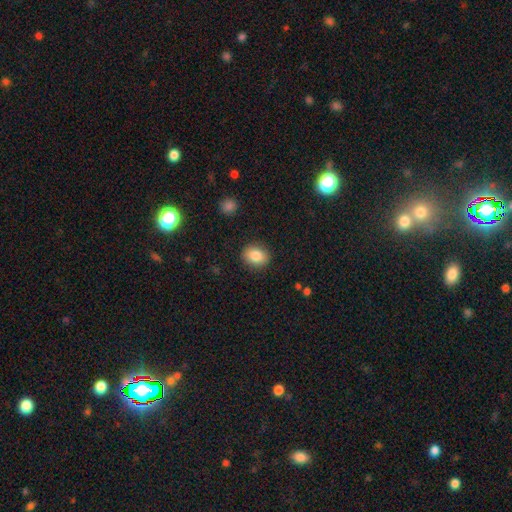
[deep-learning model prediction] Smooth or featured?
  - smooth: 85% *
  - star or artifact: 8%
  - featured or disk: 7%
How rounded?
  - round: 53% *
  - in between: 46%
  - cigar-shaped: 1%
Merging?
  - none: 89% *
  - minor disturbance: 7%
  - major disturbance: 2%
  - merger: 1%